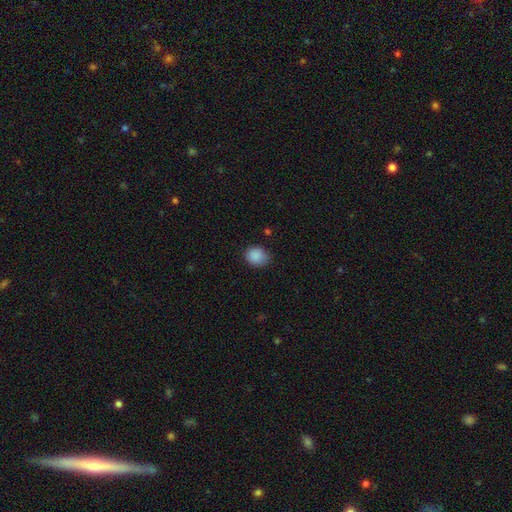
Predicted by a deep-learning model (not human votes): Smooth or featured?
  - smooth: 88% *
  - star or artifact: 9%
  - featured or disk: 4%
How rounded?
  - round: 65% *
  - in between: 34%
  - cigar-shaped: 1%
Merging?
  - none: 77% *
  - minor disturbance: 18%
  - major disturbance: 3%
  - merger: 1%